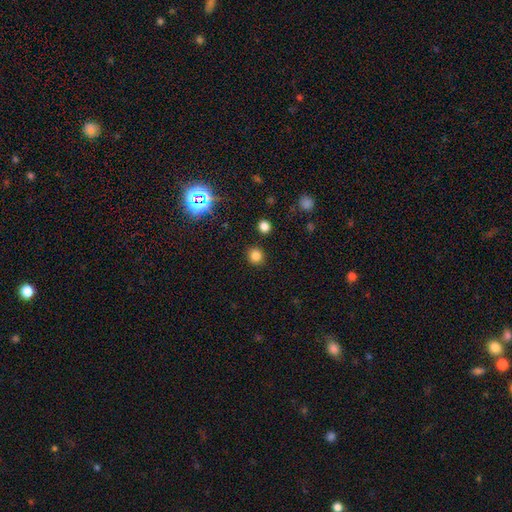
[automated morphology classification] A smooth galaxy with no disk features (80%) that is round (90%). Merging: none (90%).